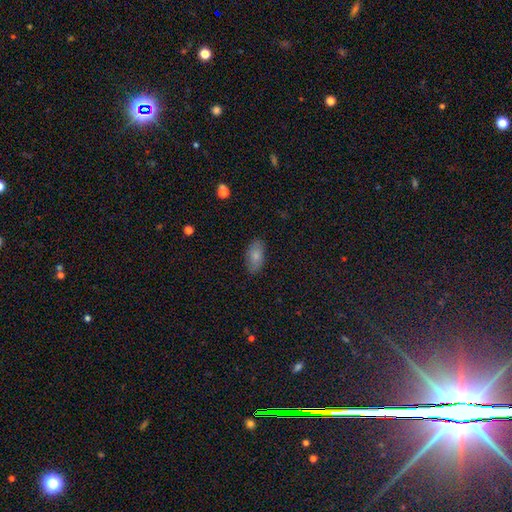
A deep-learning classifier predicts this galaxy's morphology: smooth-or-featured: smooth: 79% | featured or disk: 14% | star or artifact: 8%
  how-rounded: in between: 93% | cigar-shaped: 4% | round: 3%
  merging: none: 85% | minor disturbance: 11% | major disturbance: 2% | merger: 1%